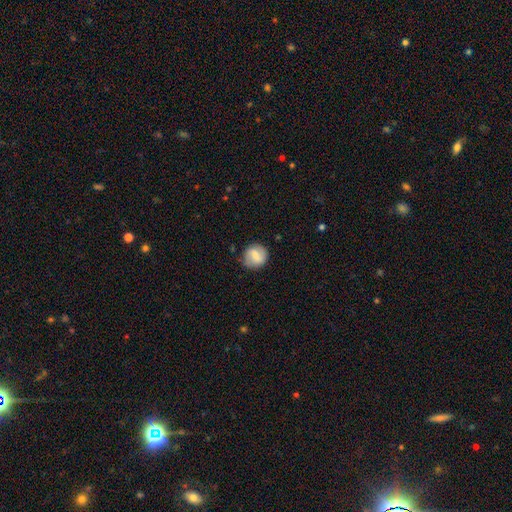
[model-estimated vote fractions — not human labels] A smooth galaxy with no disk features (50%) that is round (86%). Merging: none (82%).